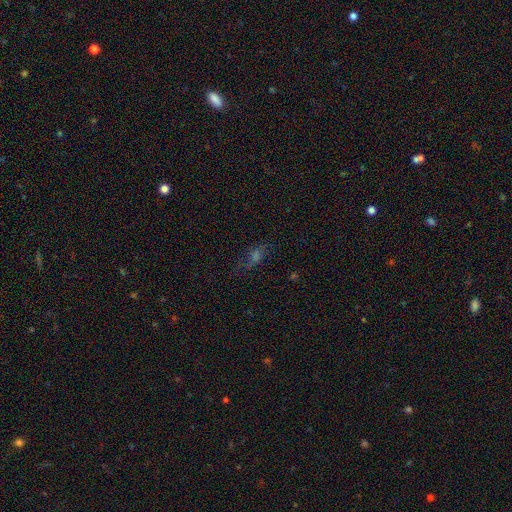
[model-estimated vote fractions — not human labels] smooth-or-featured: featured or disk: 37% | smooth: 32% | star or artifact: 31%
  merging: none: 67% | minor disturbance: 18% | major disturbance: 12% | merger: 2%